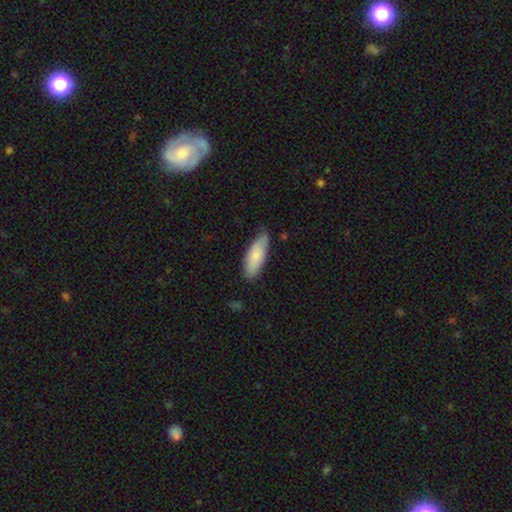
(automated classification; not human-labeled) Morphology: type=smooth (81%); roundness=in between (70%); merging=none (75%).